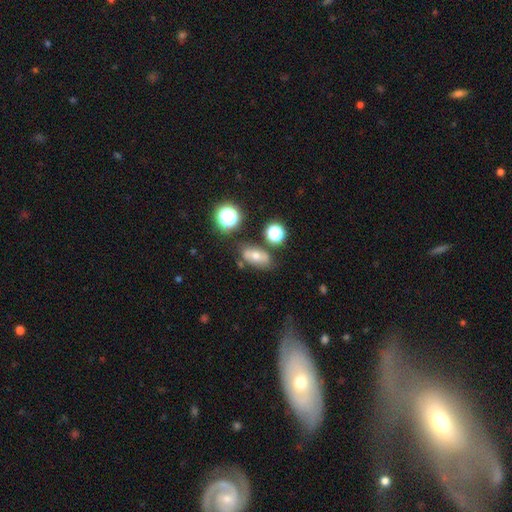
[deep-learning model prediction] smooth_or_featured: smooth (p=0.54) [alt: featured or disk p=0.30]
how_rounded: in between (p=0.75) [alt: round p=0.19]
merging: none (p=0.69) [alt: minor disturbance p=0.17]